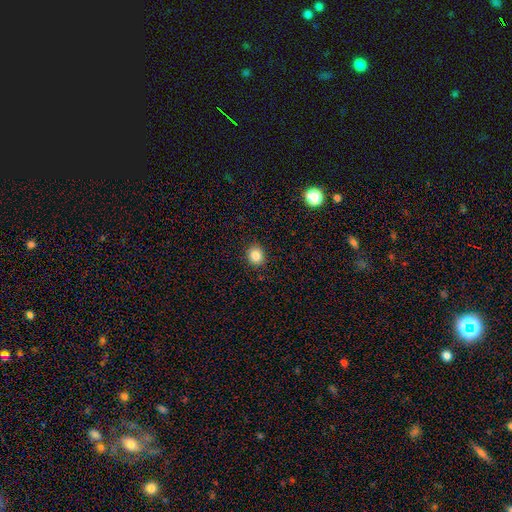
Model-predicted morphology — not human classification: A smooth galaxy with no disk features (84%) that is round (76%). Merging: none (90%).